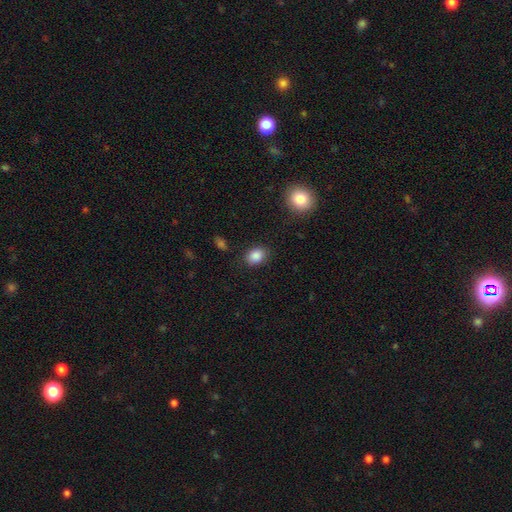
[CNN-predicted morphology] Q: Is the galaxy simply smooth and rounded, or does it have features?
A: smooth — 86%.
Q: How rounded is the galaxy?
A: in between — 64%.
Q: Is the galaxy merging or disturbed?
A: none — 83%.